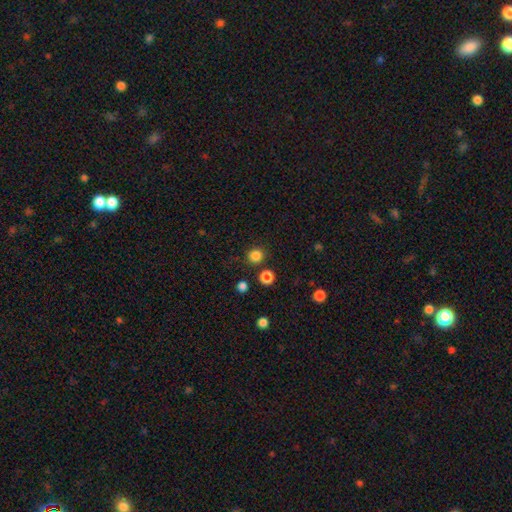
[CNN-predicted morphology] smooth-or-featured: smooth: 83% | star or artifact: 14% | featured or disk: 3%
  how-rounded: round: 91% | in between: 8% | cigar-shaped: 1%
  merging: none: 87% | minor disturbance: 7% | merger: 4% | major disturbance: 3%